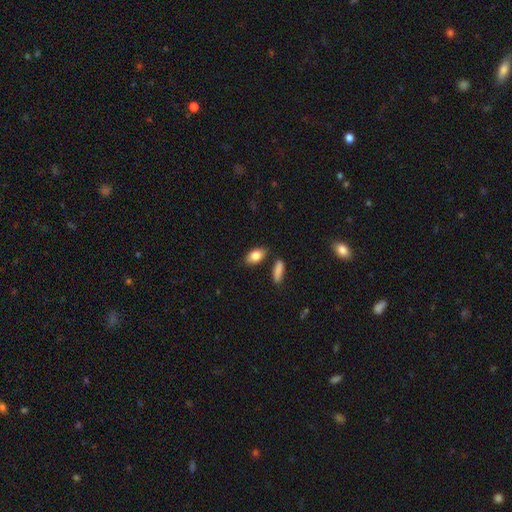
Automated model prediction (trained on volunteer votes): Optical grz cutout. It shows a smooth galaxy with no disk features (85%) that is in between round and cigar-shaped (89%). Merging: none (79%).